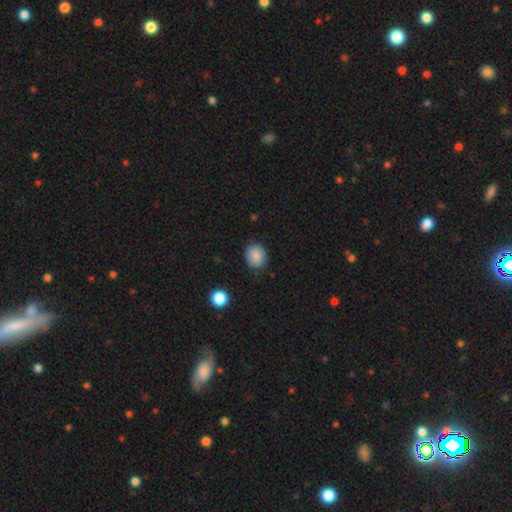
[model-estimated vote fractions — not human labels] Q: Smooth or featured?
A: smooth (85%); runner-up: star or artifact (8%)
Q: How rounded?
A: round (72%); runner-up: in between (27%)
Q: Merging?
A: none (81%); runner-up: minor disturbance (15%)